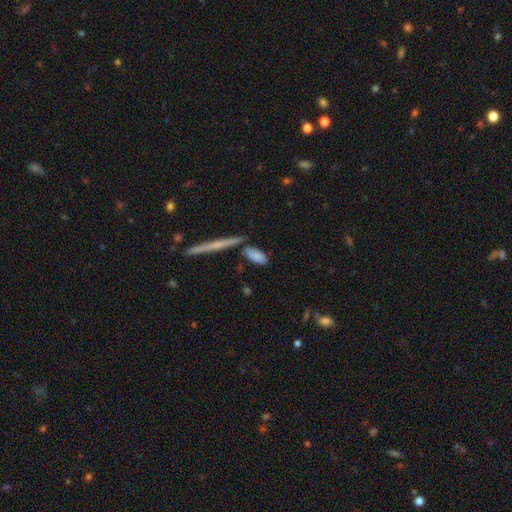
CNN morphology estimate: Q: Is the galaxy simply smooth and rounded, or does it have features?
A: smooth — 81%.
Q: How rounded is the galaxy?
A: in between — 77%.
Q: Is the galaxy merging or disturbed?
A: none — 64%.